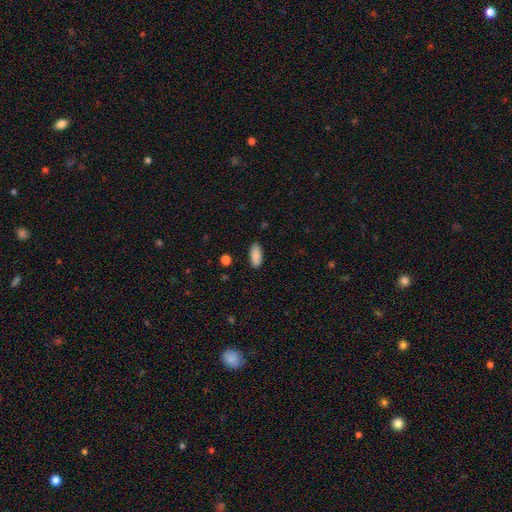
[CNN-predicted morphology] Smooth or featured?
  - smooth: 89% *
  - star or artifact: 6%
  - featured or disk: 4%
How rounded?
  - in between: 85% *
  - cigar-shaped: 13%
  - round: 2%
Merging?
  - none: 88% *
  - minor disturbance: 8%
  - major disturbance: 2%
  - merger: 1%